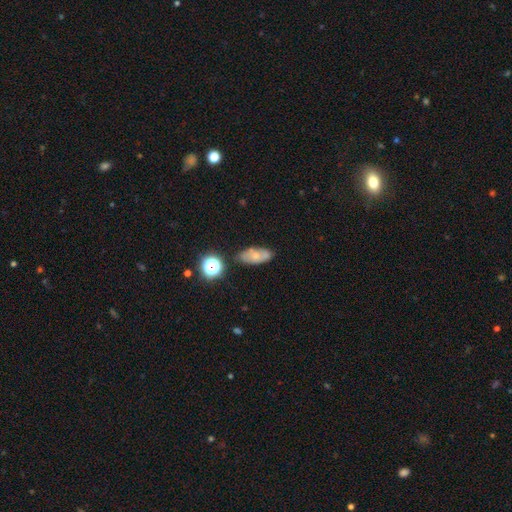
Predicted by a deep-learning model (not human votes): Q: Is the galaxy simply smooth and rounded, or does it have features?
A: smooth — 54%.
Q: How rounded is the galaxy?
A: in between — 81%.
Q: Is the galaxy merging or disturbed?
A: none — 67%.